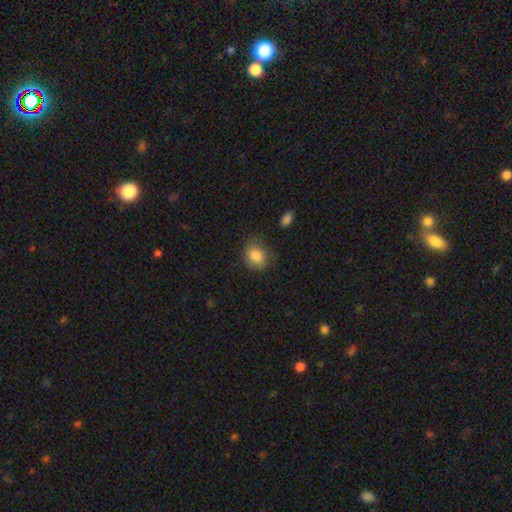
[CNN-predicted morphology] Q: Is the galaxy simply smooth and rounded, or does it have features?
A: smooth — 85%.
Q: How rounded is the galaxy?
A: round — 53%.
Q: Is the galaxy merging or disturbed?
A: none — 72%.